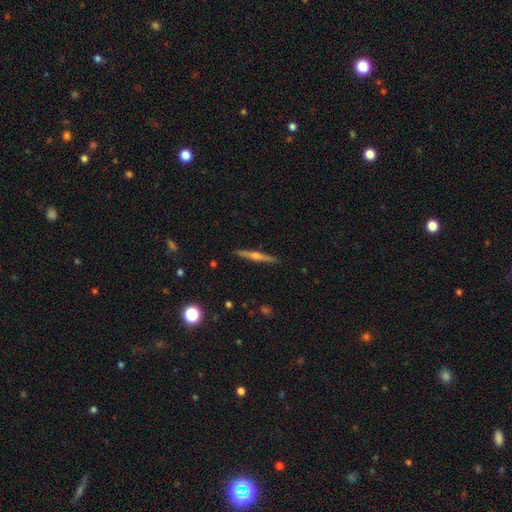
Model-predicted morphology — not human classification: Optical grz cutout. It shows a featured or disk galaxy (71%) viewed edge-on (98%) with a rounded central bulge (87%). Merging: none (92%).